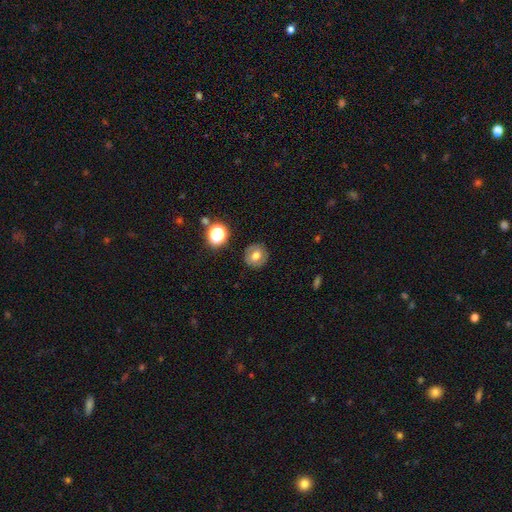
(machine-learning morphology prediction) Smooth or featured: smooth — 58% (featured or disk — 30%)
How rounded: round — 87% (in between — 12%)
Merging: none — 86% (minor disturbance — 9%)